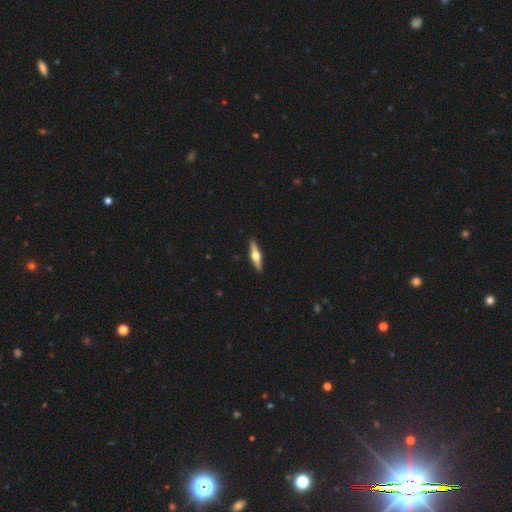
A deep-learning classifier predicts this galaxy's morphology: Overall: featured or disk (66%; smooth 29%). Edge-on disk: yes (97%). Edge-on bulge: rounded (96%). Merging: none (92%).